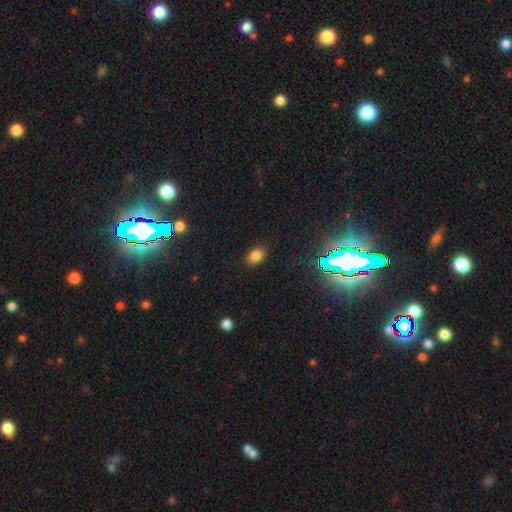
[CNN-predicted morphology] smooth 79%, star or artifact 15%, featured or disk 6%. Down the decision tree: how rounded — in between (76%); merging — none (86%).